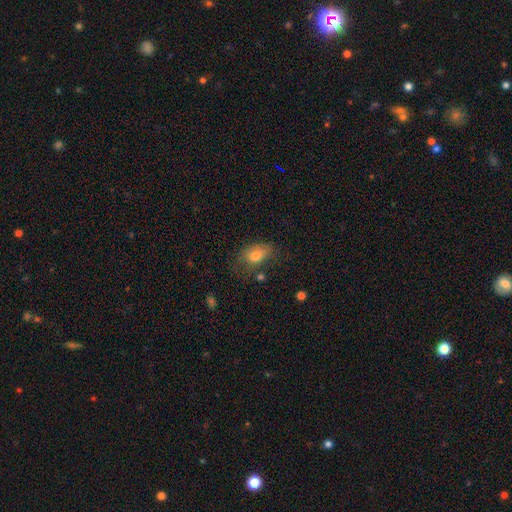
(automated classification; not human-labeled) A smooth galaxy with no disk features (76%) that is in between round and cigar-shaped (84%). Merging: none (49%).